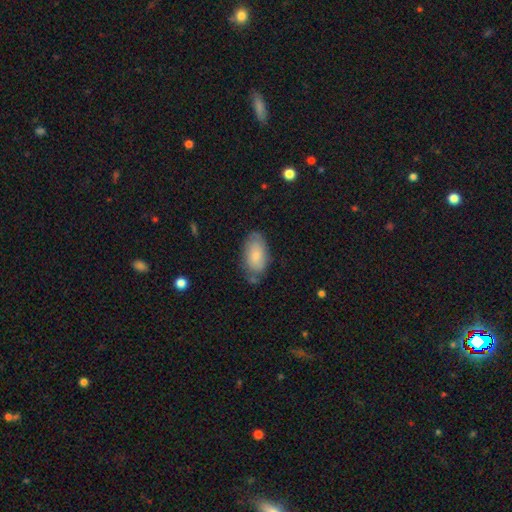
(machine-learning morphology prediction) smooth-or-featured: smooth: 73% | featured or disk: 21% | star or artifact: 6%
  how-rounded: in between: 94% | round: 4% | cigar-shaped: 3%
  merging: none: 63% | minor disturbance: 26% | major disturbance: 6% | merger: 4%